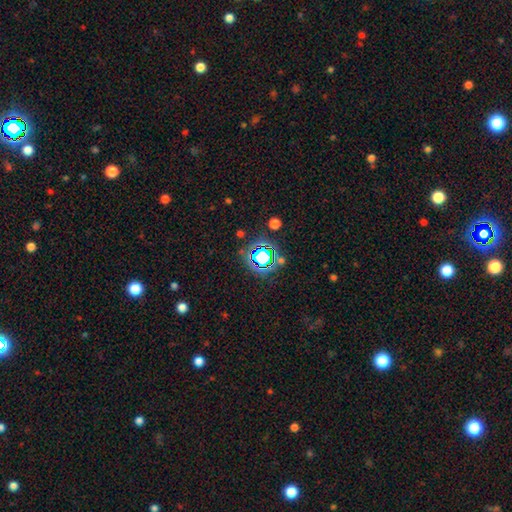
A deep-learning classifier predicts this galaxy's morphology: Q: Smooth or featured?
A: star or artifact (62%); runner-up: smooth (26%)